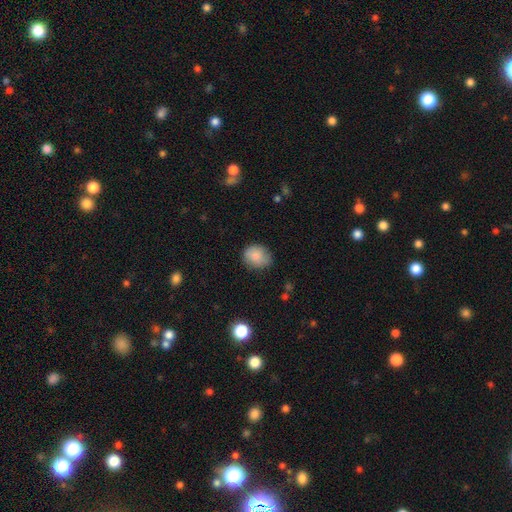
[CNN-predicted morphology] type=smooth (84%); roundness=round (58%); merging=none (76%).